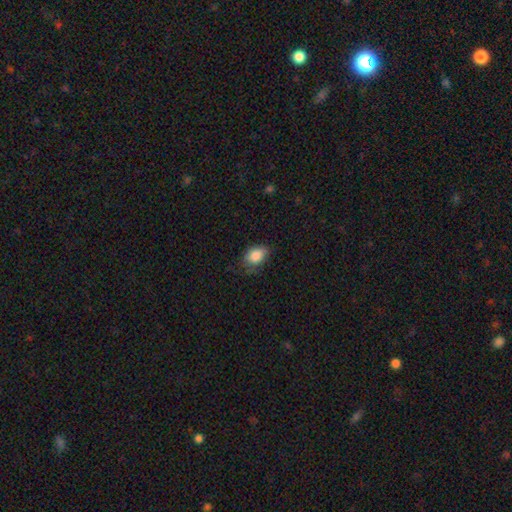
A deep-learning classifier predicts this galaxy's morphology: A smooth galaxy with no disk features (85%) that is in between round and cigar-shaped (82%). Merging: none (61%).